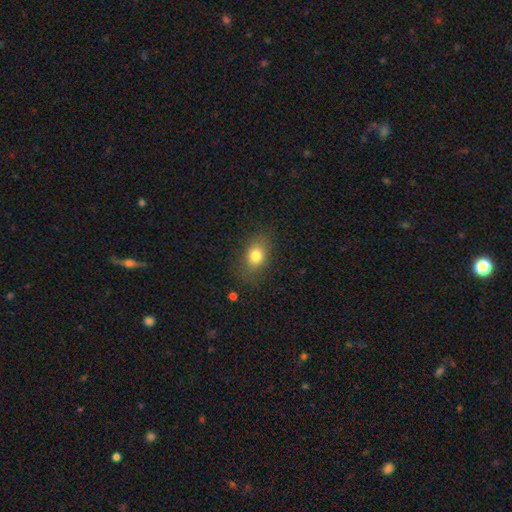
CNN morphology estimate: A smooth galaxy with no disk features (80%) that is in between round and cigar-shaped (69%). Merging: none (78%).